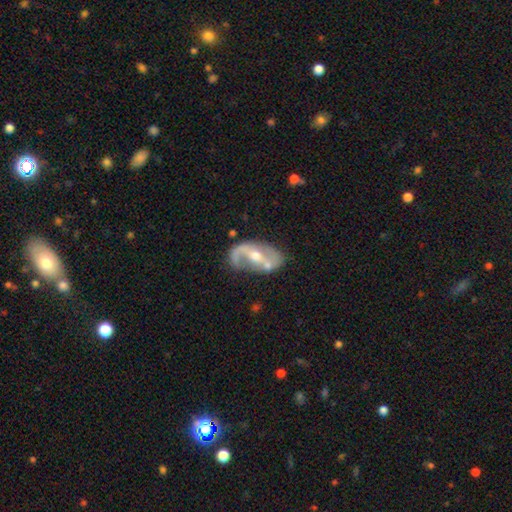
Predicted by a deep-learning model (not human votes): A featured or disk galaxy (84%) with a weak bar (37%), 2 (79%) loose (47%) spiral arms (87%) and a moderate central bulge (65%).

Vote fractions:
- Smooth or featured? featured or disk: 84% / smooth: 10% / star or artifact: 5%
- Edge-on disk? no: 96% / yes: 4%
- Bar? weak: 37% / no: 32% / strong: 31%
- Spiral arms? yes: 87% / no: 13%
- Spiral winding? loose: 47% / medium: 38% / tight: 14%
- Spiral arm count? 2: 79% / 1: 13% / can't tell: 5% / 3: 1% / 4: 1% / more than 4: 1%
- Bulge size? moderate: 65% / small: 29% / large: 3% / none: 1% / dominant: 1%
- Merging? none: 60% / minor disturbance: 20% / major disturbance: 11% / merger: 8%